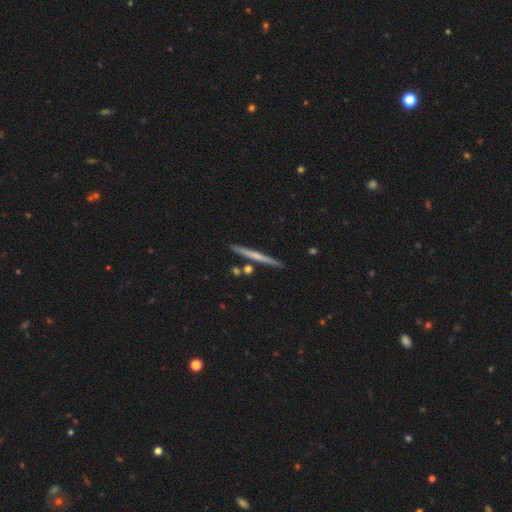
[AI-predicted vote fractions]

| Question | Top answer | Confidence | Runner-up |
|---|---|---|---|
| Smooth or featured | featured or disk | 50% | smooth (44%) |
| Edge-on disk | yes | 97% | no (3%) |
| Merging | none | 89% | minor disturbance (7%) |